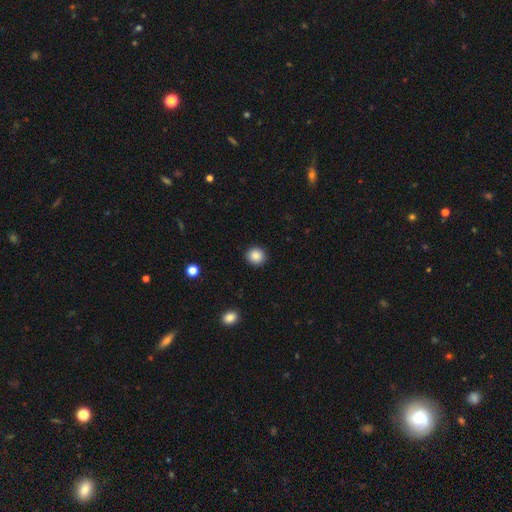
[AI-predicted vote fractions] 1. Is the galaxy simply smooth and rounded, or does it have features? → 87% smooth, 9% star or artifact, 3% featured or disk.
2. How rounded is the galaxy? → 91% round, 8% in between, 1% cigar-shaped.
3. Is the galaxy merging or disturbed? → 92% none, 5% minor disturbance, 2% major disturbance, 1% merger.